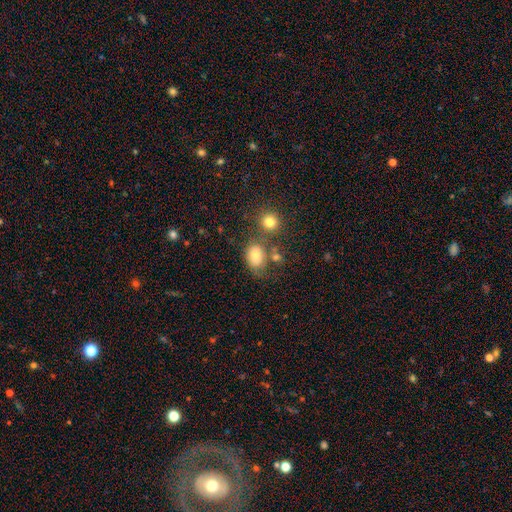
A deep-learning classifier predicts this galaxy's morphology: This appears to be a smooth galaxy with no disk features (75%) that is in between round and cigar-shaped (65%). Merging: none (54%).